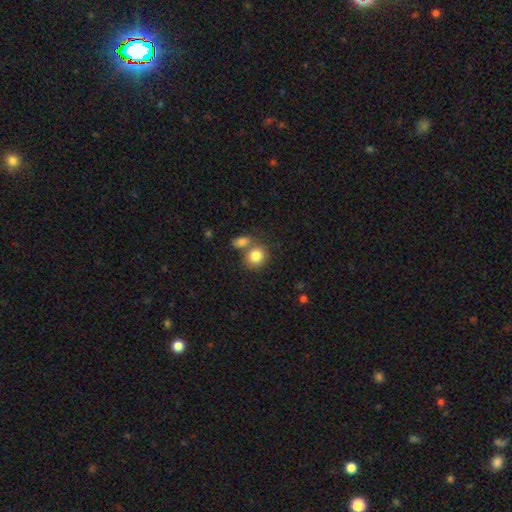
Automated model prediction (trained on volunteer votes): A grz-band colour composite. It shows a smooth galaxy with no disk features (83%) that is round (72%). Merging: none (51%).